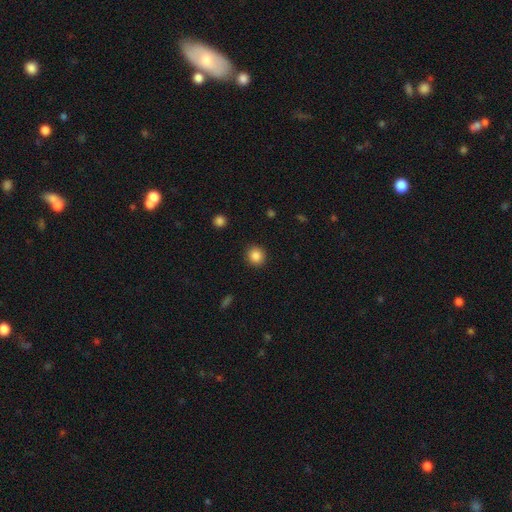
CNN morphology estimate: smooth_or_featured: smooth (p=0.86) [alt: star or artifact p=0.10]
how_rounded: round (p=0.91) [alt: in between p=0.08]
merging: none (p=0.92) [alt: minor disturbance p=0.05]